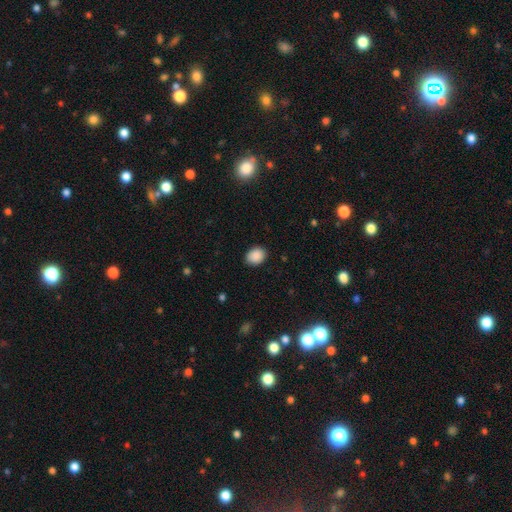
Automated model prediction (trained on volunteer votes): A smooth galaxy with no disk features (90%) that is in between round and cigar-shaped (56%). Merging: none (88%).